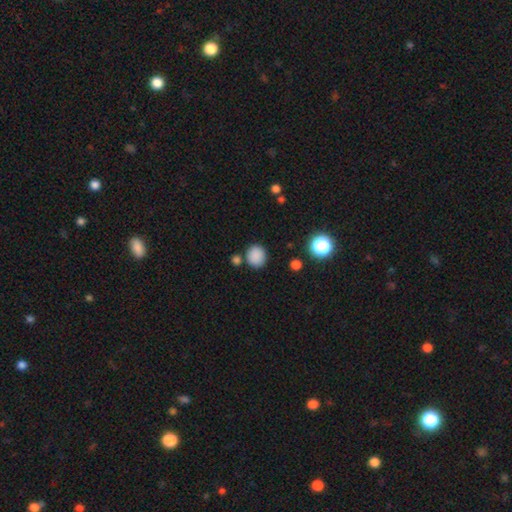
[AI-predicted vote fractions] Q: Smooth or featured?
A: smooth (86%); runner-up: star or artifact (11%)
Q: How rounded?
A: round (86%); runner-up: in between (13%)
Q: Merging?
A: none (80%); runner-up: minor disturbance (10%)